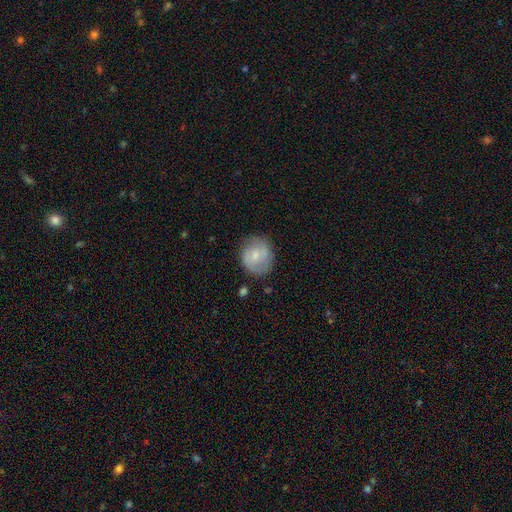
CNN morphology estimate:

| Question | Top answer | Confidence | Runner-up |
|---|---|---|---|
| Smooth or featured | smooth | 56% | featured or disk (37%) |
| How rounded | round | 76% | in between (23%) |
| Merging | none | 71% | minor disturbance (20%) |